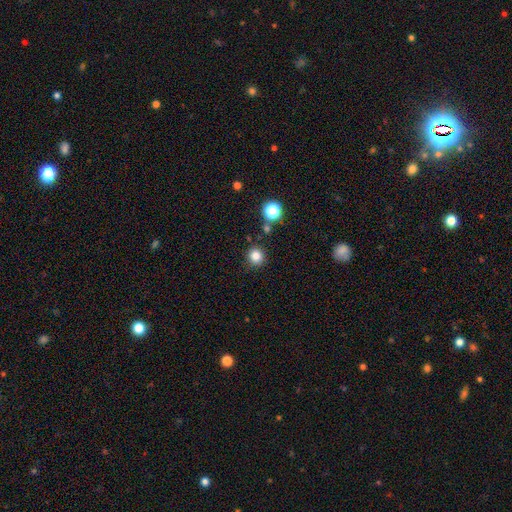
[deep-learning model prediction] Smooth or featured? Predicted: smooth (p=0.81). How rounded? Predicted: round (p=0.93). Merging? Predicted: none (p=0.87).